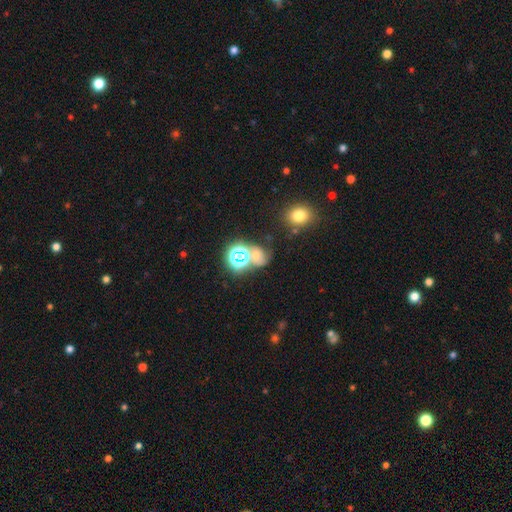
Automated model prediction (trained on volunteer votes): A smooth galaxy with no disk features (41%).

Vote fractions:
- Smooth or featured? smooth: 41% / star or artifact: 38% / featured or disk: 20%
- Merging? none: 43% / merger: 31% / minor disturbance: 15% / major disturbance: 12%